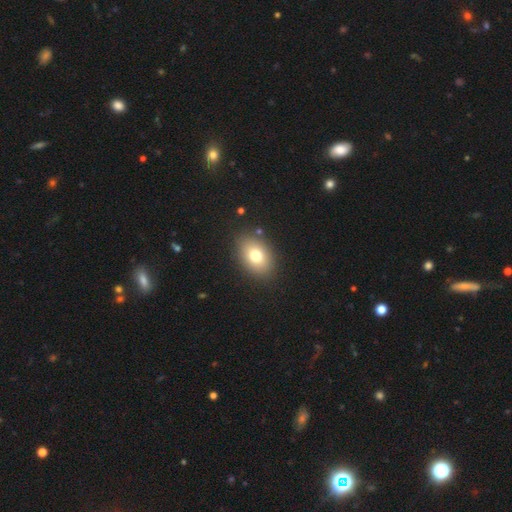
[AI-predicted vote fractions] Morphology: type=smooth (76%); roundness=in between (78%); merging=none (87%).